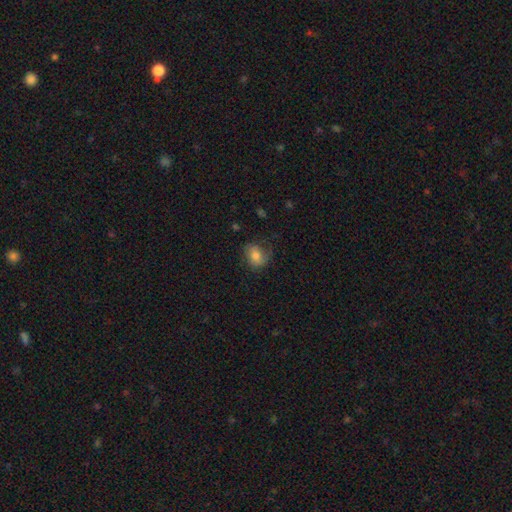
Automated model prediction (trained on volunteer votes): smooth_or_featured: smooth (p=0.72) [alt: featured or disk p=0.19]
how_rounded: in between (p=0.54) [alt: round p=0.44]
merging: none (p=0.57) [alt: minor disturbance p=0.26]